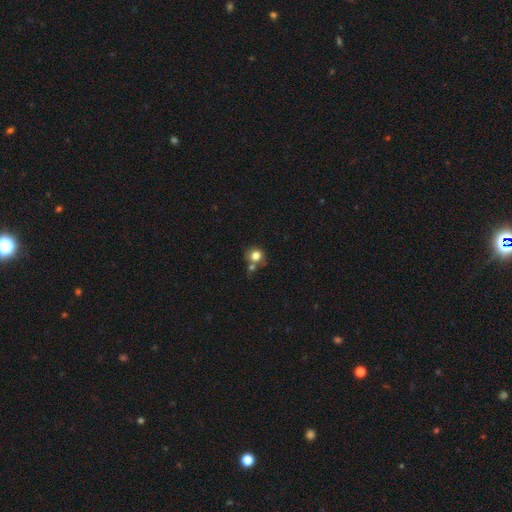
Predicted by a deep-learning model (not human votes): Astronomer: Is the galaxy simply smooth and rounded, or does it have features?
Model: smooth — 79%.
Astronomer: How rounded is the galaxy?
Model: round — 85%.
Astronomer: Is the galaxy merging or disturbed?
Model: none — 57%.